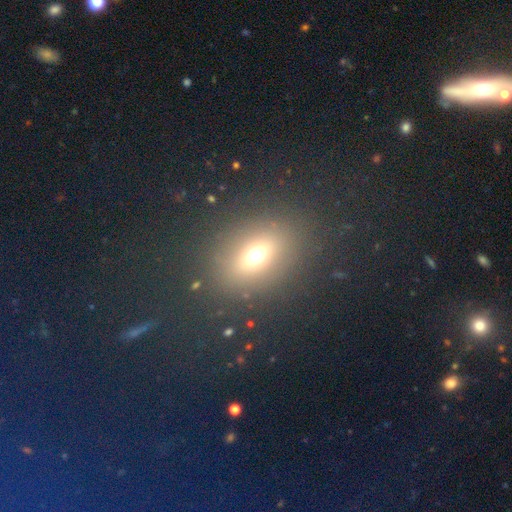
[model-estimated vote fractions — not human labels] Q: Smooth or featured?
A: smooth (63%); runner-up: star or artifact (20%)
Q: How rounded?
A: in between (55%); runner-up: round (41%)
Q: Merging?
A: none (83%); runner-up: minor disturbance (9%)